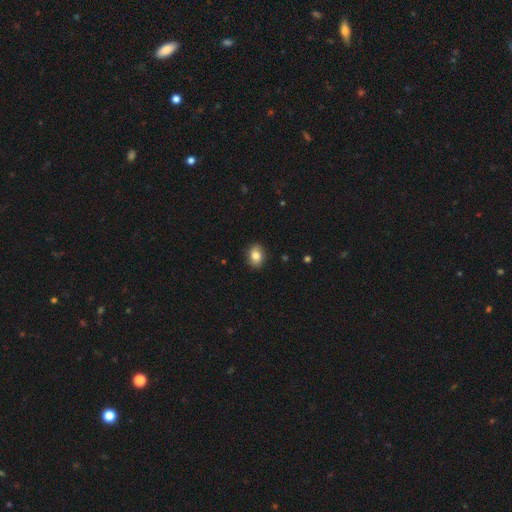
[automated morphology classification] This is clearly a smooth galaxy (83%). How rounded: likely in between (66%). Merging: clearly none (88%).